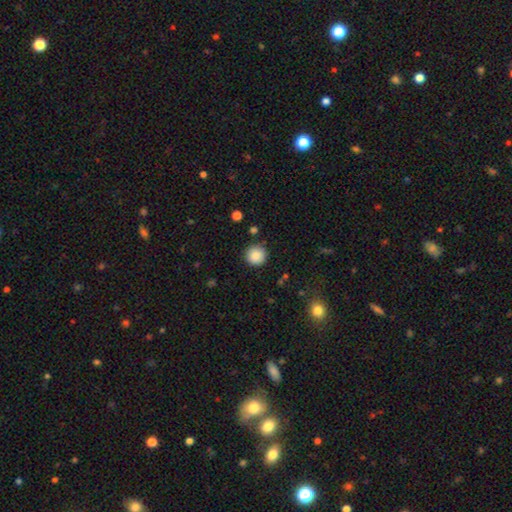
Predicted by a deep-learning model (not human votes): Smooth or featured?
  - smooth: 86% *
  - star or artifact: 9%
  - featured or disk: 5%
How rounded?
  - round: 95% *
  - in between: 4%
  - cigar-shaped: 1%
Merging?
  - none: 88% *
  - minor disturbance: 8%
  - major disturbance: 2%
  - merger: 2%